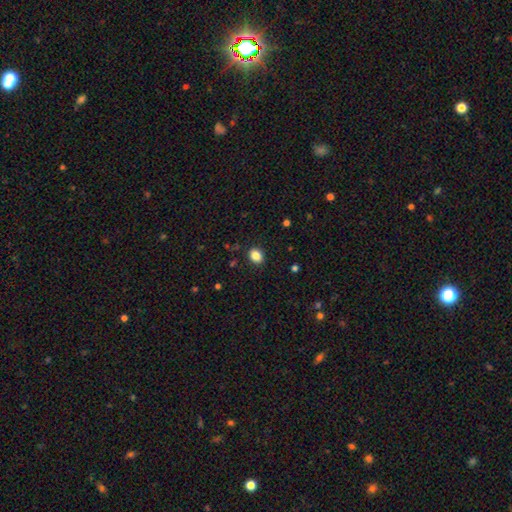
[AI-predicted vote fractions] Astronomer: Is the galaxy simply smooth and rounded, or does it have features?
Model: smooth — 85%.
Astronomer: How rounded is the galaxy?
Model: round — 52% (runner-up: in between, 47%).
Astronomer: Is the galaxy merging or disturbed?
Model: none — 89%.